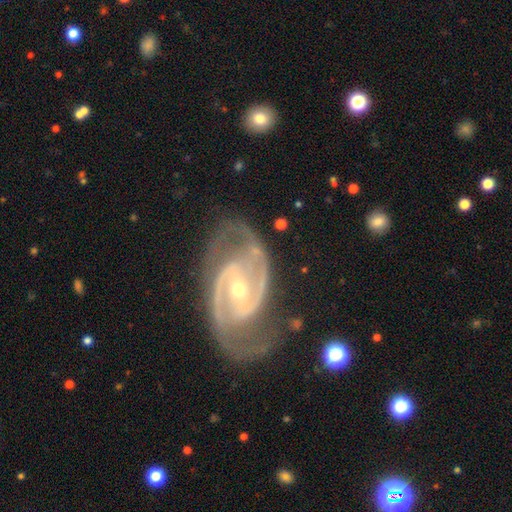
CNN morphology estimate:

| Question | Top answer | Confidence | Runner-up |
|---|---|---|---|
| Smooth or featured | featured or disk | 93% | star or artifact (4%) |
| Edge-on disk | no | 97% | yes (3%) |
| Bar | weak | 37% | no (35%) |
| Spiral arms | yes | 98% | no (2%) |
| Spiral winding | medium | 49% | tight (43%) |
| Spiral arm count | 2 | 88% | 3 (5%) |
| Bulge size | small | 55% | moderate (42%) |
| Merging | none | 73% | minor disturbance (18%) |